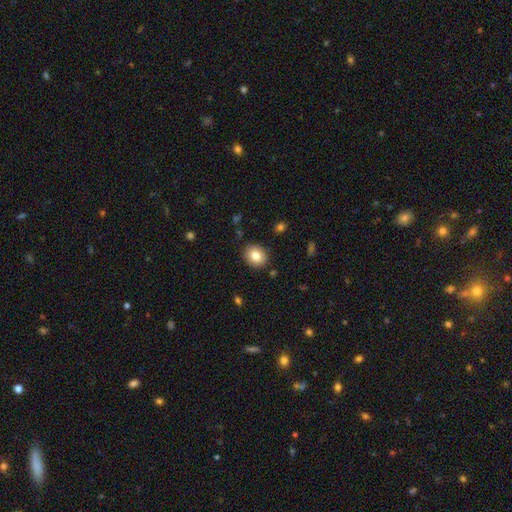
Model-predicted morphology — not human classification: The model was most divided on "how rounded": round: 59%, in between: 40%, cigar-shaped: 1%. More confident: merging — none (88%); smooth or featured — smooth (81%).